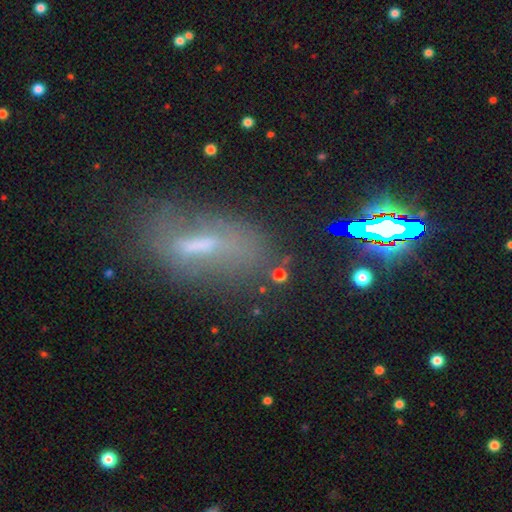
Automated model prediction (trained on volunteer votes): Smooth or featured: smooth — 39% (featured or disk — 38%)
Merging: none — 57% (minor disturbance — 24%)